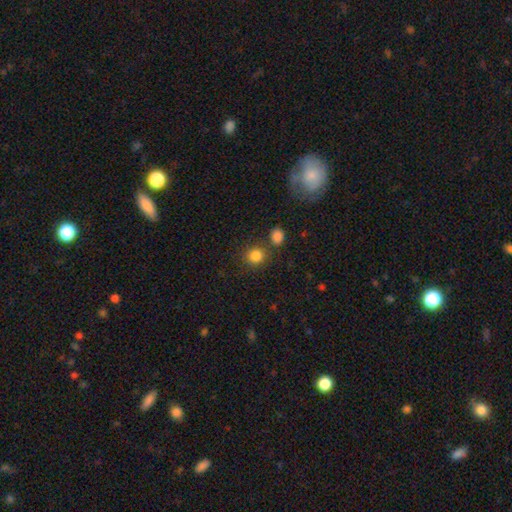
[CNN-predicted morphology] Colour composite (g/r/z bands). It shows a smooth galaxy with no disk features (84%) that is round (83%). Merging: none (75%).